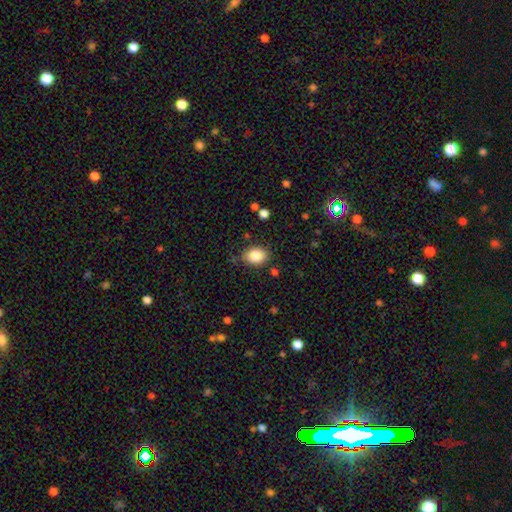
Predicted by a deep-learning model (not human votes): This is clearly a smooth galaxy (85%). How rounded: likely in between (75%). Merging: likely none (79%).